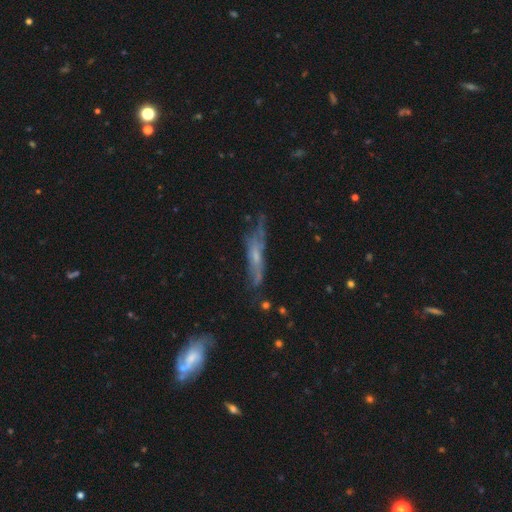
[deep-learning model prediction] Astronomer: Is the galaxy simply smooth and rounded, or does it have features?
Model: featured or disk — 52% (runner-up: smooth, 37%).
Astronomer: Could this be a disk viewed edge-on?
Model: yes — 53% (runner-up: no, 47%).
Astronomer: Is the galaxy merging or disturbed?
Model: none — 47% (runner-up: minor disturbance, 29%).